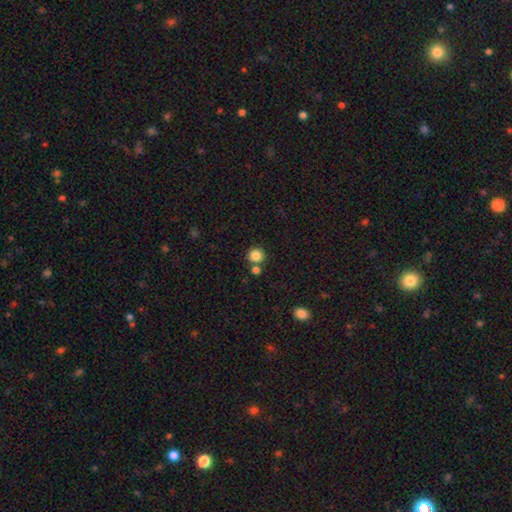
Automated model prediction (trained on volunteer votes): smooth 84%, star or artifact 11%, featured or disk 5%. Down the decision tree: how rounded — round (92%); merging — none (72%).